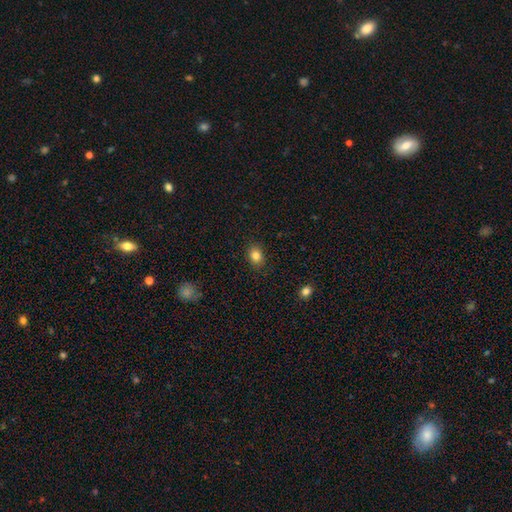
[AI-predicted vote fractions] Overall: smooth (83%). How rounded: in between (53%; round 46%). Merging: none (87%).